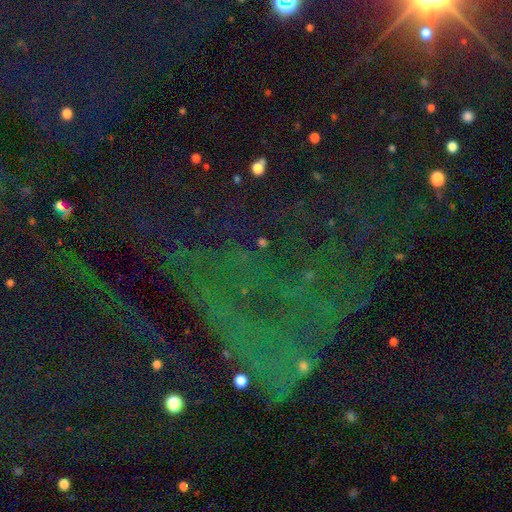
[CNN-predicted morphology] Overall: star or artifact (76%).